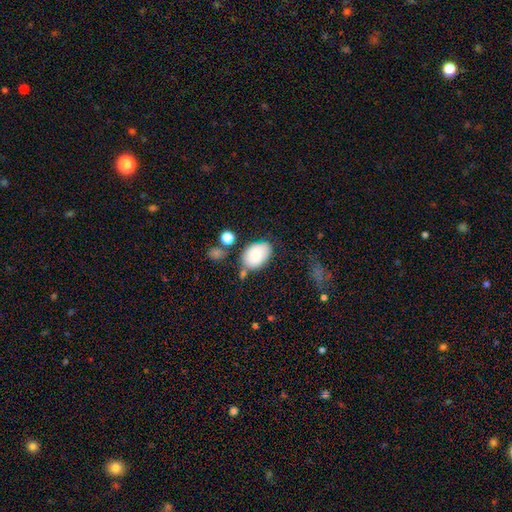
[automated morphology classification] A smooth galaxy with no disk features (84%) that is in between round and cigar-shaped (89%). Merging: none (65%).